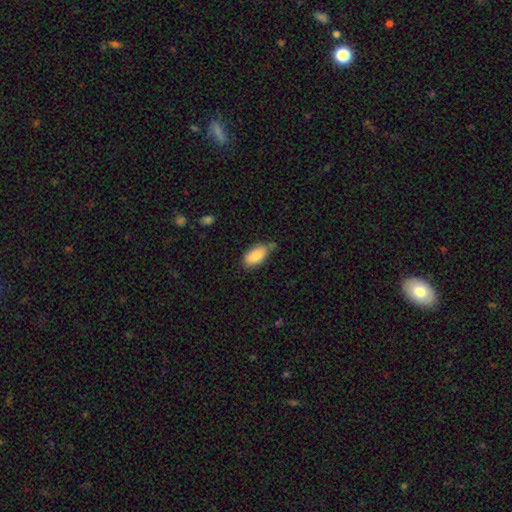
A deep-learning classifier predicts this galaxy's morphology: Overall: smooth (85%). How rounded: in between (94%). Merging: none (66%).